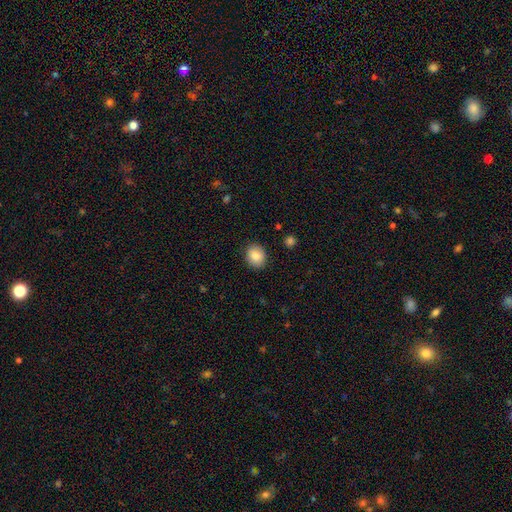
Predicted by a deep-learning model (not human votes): This is clearly a smooth galaxy (86%). How rounded: possibly round (58%). Merging: clearly none (88%).